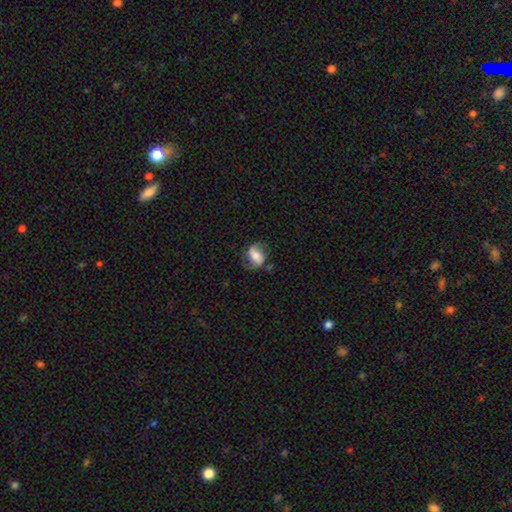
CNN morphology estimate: type=featured or disk (58%); edge-on=no (96%); bar=strong (34%); spiral arms=yes (86%); bulge=moderate (44%); merging=none (66%).